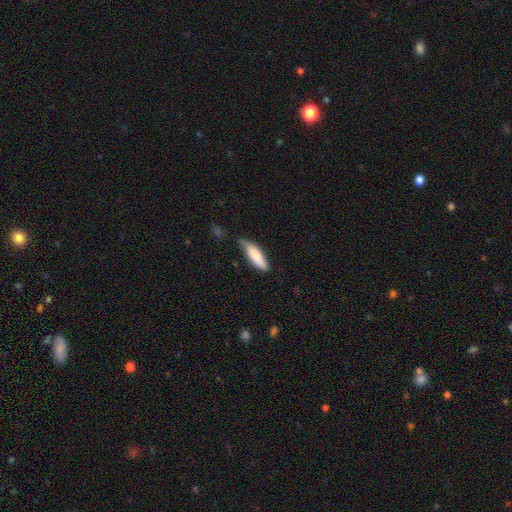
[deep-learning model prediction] Smooth or featured?
  - smooth: 79% *
  - featured or disk: 15%
  - star or artifact: 5%
How rounded?
  - cigar-shaped: 53% *
  - in between: 45%
  - round: 2%
Merging?
  - none: 58% *
  - minor disturbance: 34%
  - major disturbance: 6%
  - merger: 2%